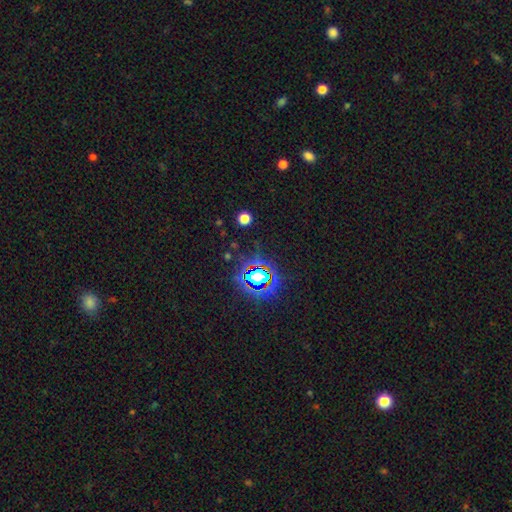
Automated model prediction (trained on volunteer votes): This is clearly a star or artifact rather than a galaxy (82%).